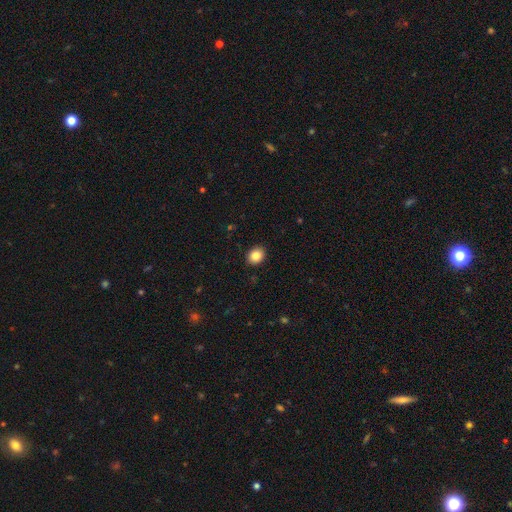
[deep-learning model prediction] The model was most divided on "how rounded": round: 52%, in between: 47%, cigar-shaped: 1%. More confident: merging — none (90%); smooth or featured — smooth (85%).